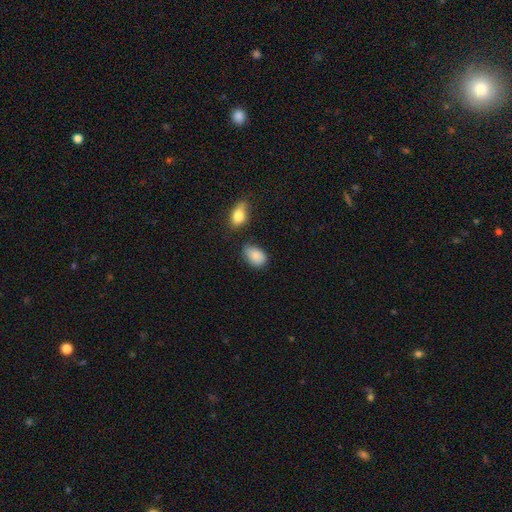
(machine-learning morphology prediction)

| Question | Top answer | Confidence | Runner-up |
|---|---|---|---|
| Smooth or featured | smooth | 87% | star or artifact (7%) |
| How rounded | in between | 87% | round (12%) |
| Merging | none | 62% | minor disturbance (26%) |